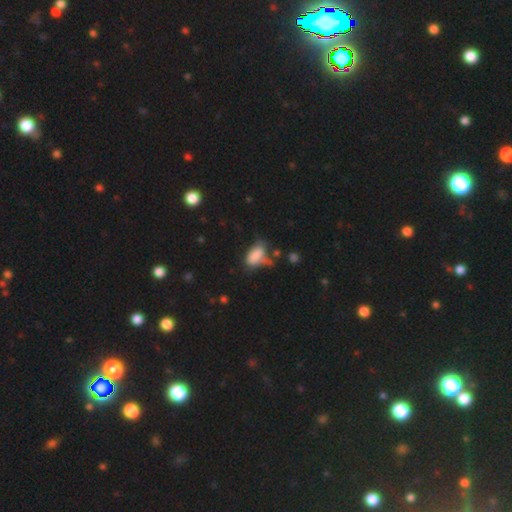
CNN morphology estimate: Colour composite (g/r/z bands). It shows a smooth galaxy with no disk features (80%) that is in between round and cigar-shaped (90%). Merging: none (34%).